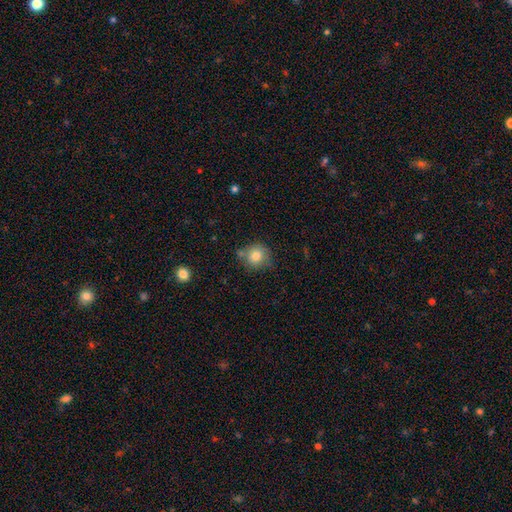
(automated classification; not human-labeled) smooth_or_featured: smooth (p=0.80) [alt: star or artifact p=0.10]
how_rounded: round (p=0.89) [alt: in between p=0.10]
merging: none (p=0.68) [alt: minor disturbance p=0.18]